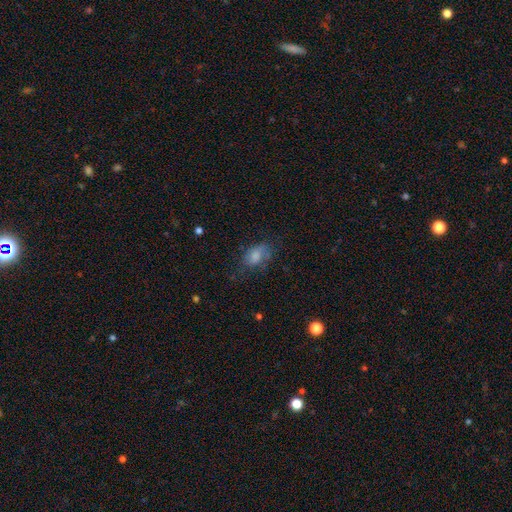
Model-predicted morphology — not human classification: A smooth galaxy with no disk features (75%) that is in between round and cigar-shaped (87%). Merging: none (56%).